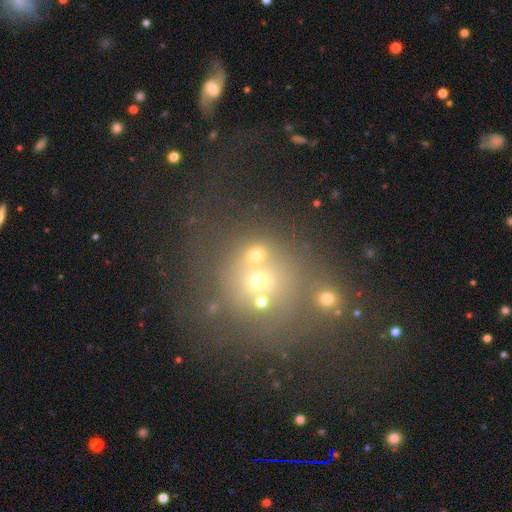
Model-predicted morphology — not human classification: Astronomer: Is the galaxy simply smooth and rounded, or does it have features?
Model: smooth — 62%.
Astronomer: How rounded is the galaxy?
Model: round — 78%.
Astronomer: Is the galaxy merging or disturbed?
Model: none — 52% (runner-up: merger, 35%).